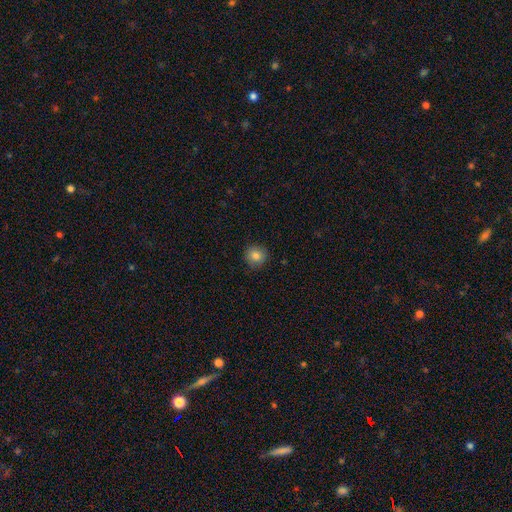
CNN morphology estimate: This appears to be a smooth galaxy with no disk features (82%) that is round (91%). Merging: none (90%).